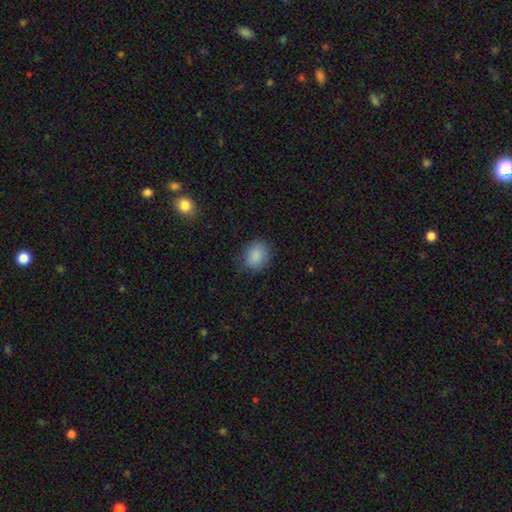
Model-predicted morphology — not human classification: A smooth galaxy with no disk features (87%) that is in between round and cigar-shaped (55%).

Vote fractions:
- Smooth or featured? smooth: 87% / star or artifact: 8% / featured or disk: 4%
- How rounded? in between: 55% / round: 44% / cigar-shaped: 1%
- Merging? none: 78% / minor disturbance: 16% / major disturbance: 4% / merger: 1%